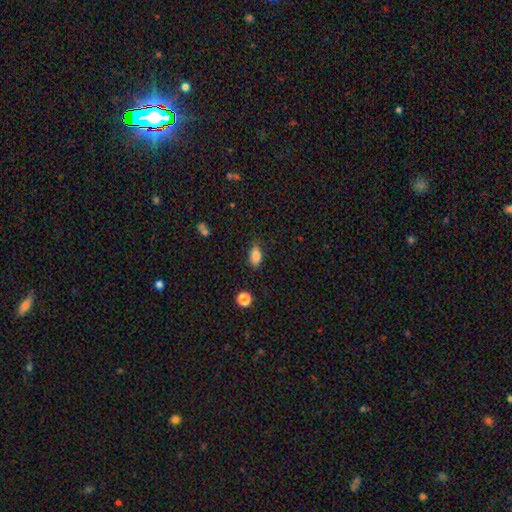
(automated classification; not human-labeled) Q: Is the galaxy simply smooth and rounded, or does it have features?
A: smooth — 85%.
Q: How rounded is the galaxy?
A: in between — 87%.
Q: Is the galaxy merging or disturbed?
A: none — 70%.